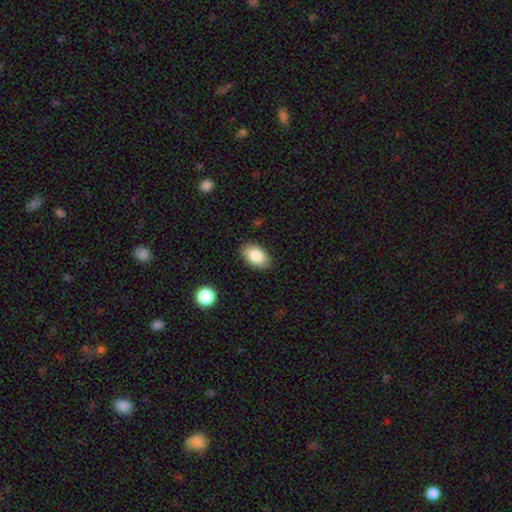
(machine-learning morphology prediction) A smooth galaxy with no disk features (85%) that is in between round and cigar-shaped (92%). Merging: none (86%).